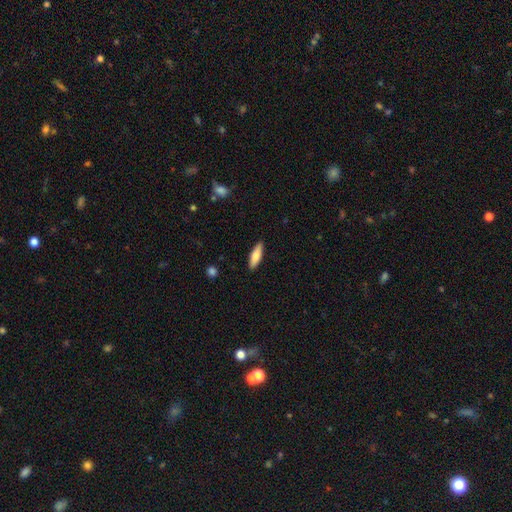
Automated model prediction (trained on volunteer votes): Smooth or featured: smooth — 71% (featured or disk — 23%)
How rounded: cigar-shaped — 55% (in between — 44%)
Merging: none — 89% (minor disturbance — 8%)